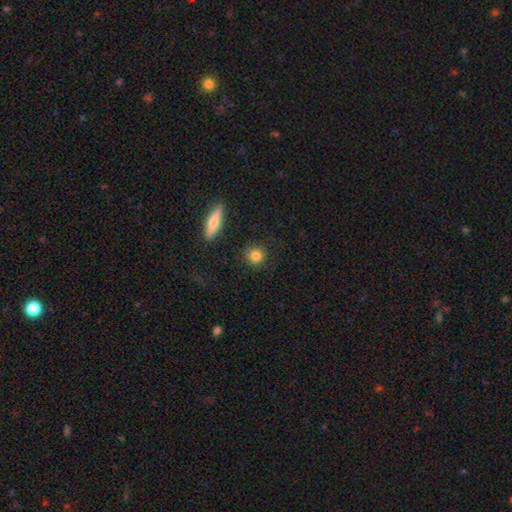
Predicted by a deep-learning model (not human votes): smooth 84%, star or artifact 9%, featured or disk 8%. Down the decision tree: how rounded — round (87%); merging — none (89%).